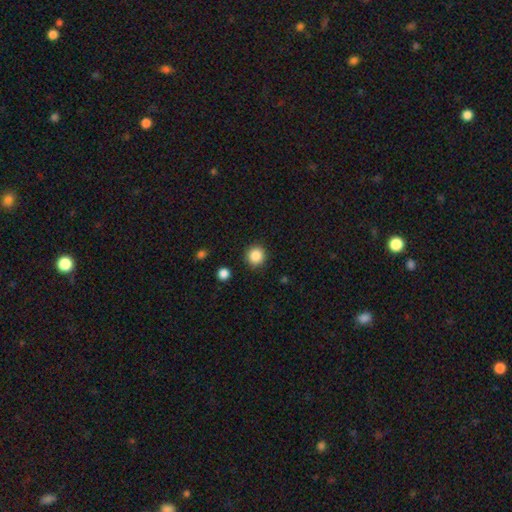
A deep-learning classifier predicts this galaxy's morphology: Overall: smooth (87%). How rounded: round (93%). Merging: none (90%).